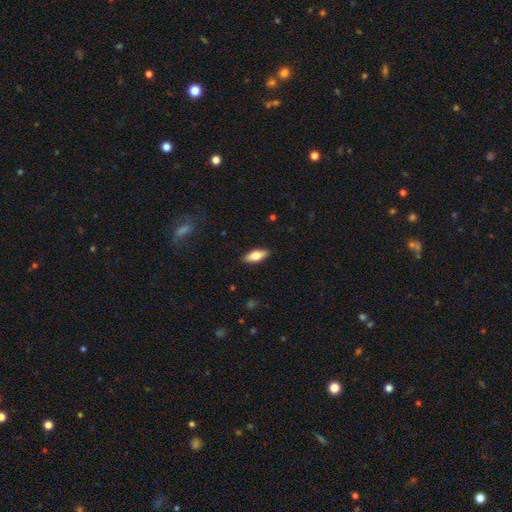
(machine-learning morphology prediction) Smooth or featured? smooth (72%)
How rounded? in between (75%)
Merging? none (89%)